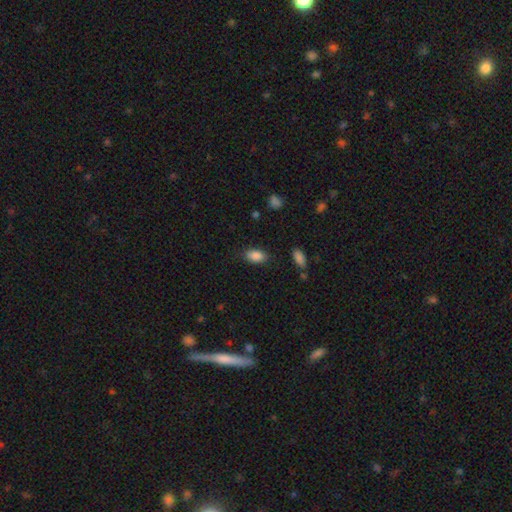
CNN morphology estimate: smooth_or_featured: smooth (p=0.88) [alt: star or artifact p=0.08]
how_rounded: in between (p=0.92) [alt: round p=0.05]
merging: none (p=0.81) [alt: minor disturbance p=0.13]